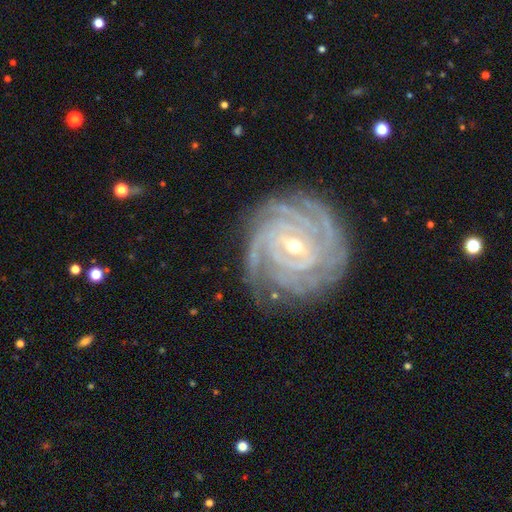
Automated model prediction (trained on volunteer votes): Overall: featured or disk (92%). Edge-on disk: no (97%). Bar: weak (48%; strong 31%). Spiral arms: yes (98%). Spiral arm count: 4 (32%; can't tell 17%). Spiral winding: tight (83%). Bulge size: small (56%; moderate 42%). Merging: none (80%).